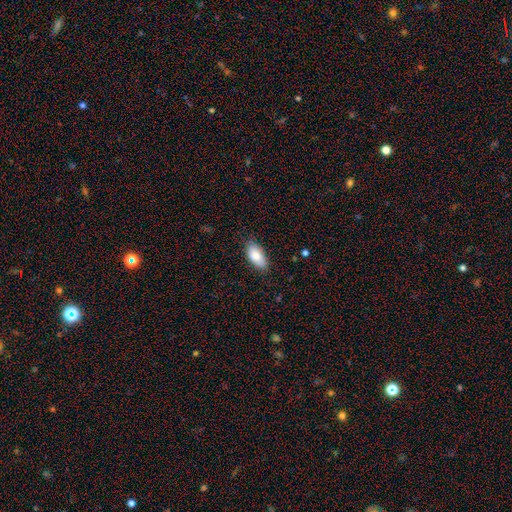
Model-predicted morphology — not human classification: Smooth or featured: smooth — 81% (featured or disk — 13%)
How rounded: in between — 92% (cigar-shaped — 6%)
Merging: none — 83% (minor disturbance — 13%)